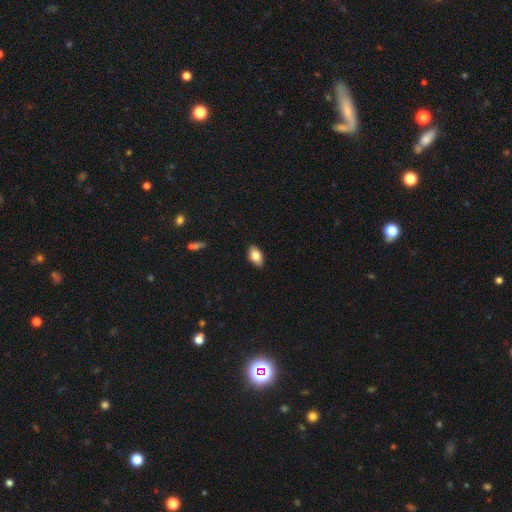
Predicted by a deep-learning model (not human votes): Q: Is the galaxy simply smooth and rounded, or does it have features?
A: smooth — 82%.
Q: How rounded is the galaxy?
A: in between — 91%.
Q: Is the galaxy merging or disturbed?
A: none — 86%.